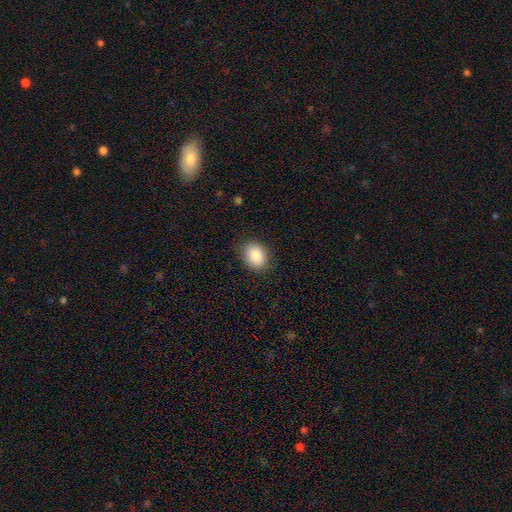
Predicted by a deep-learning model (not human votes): This is clearly a smooth galaxy (89%). How rounded: possibly in between (57%). Merging: clearly none (85%).